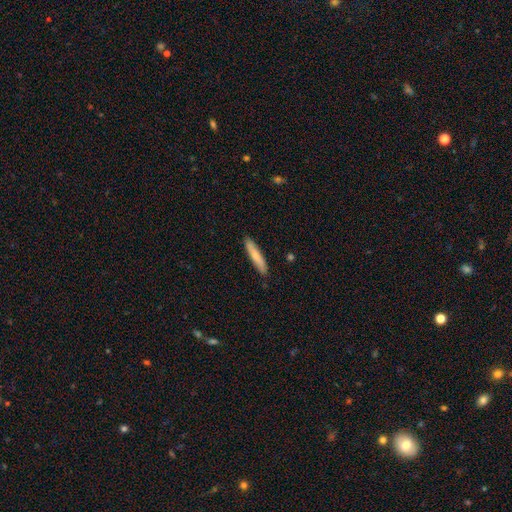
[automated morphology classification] The model was most divided on "smooth or featured": smooth: 75%, featured or disk: 20%, star or artifact: 5%. More confident: how rounded — cigar-shaped (89%); merging — none (88%).